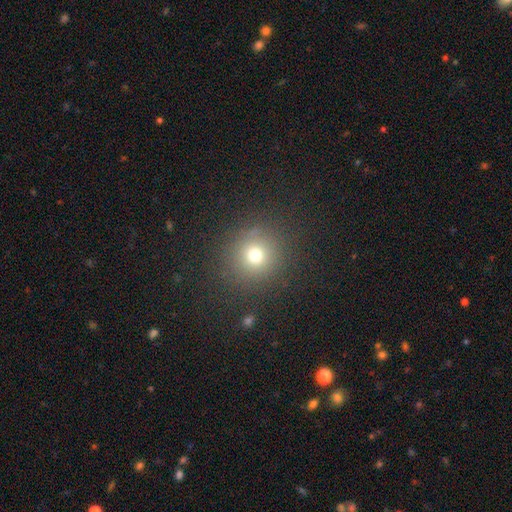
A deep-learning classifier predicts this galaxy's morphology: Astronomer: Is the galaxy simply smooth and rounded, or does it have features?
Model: smooth — 66%.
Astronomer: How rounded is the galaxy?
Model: round — 92%.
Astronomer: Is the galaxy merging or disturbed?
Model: none — 89%.